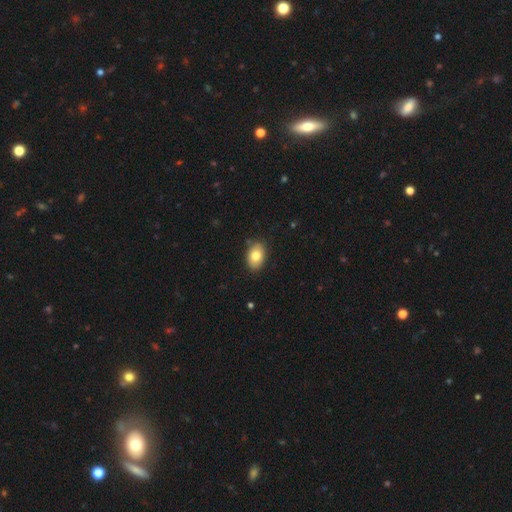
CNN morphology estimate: Overall: smooth (82%). How rounded: in between (85%). Merging: none (84%).